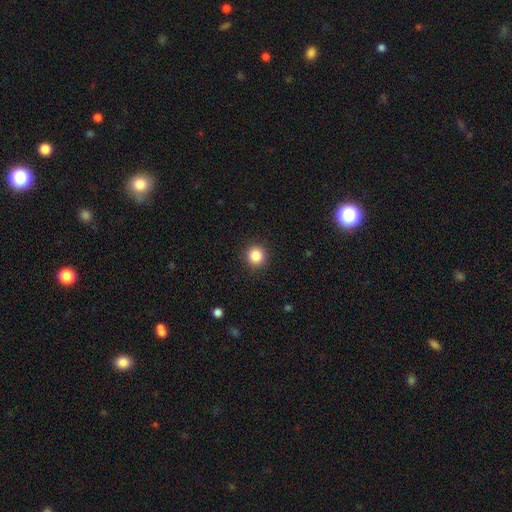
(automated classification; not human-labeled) smooth_or_featured: smooth (p=0.85) [alt: star or artifact p=0.10]
how_rounded: round (p=0.94) [alt: in between p=0.05]
merging: none (p=0.92) [alt: minor disturbance p=0.05]